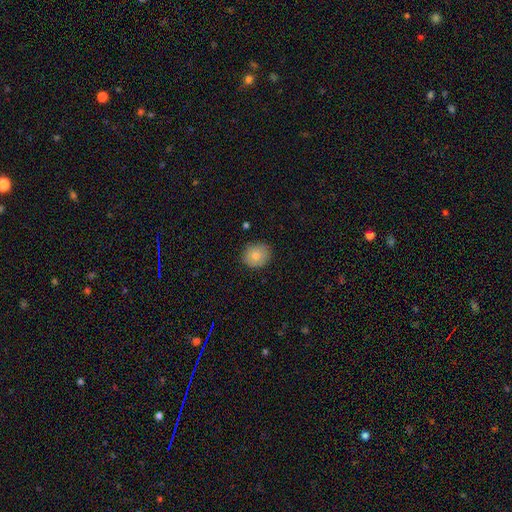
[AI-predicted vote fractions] Q: Smooth or featured?
A: smooth (80%); runner-up: featured or disk (12%)
Q: How rounded?
A: round (71%); runner-up: in between (28%)
Q: Merging?
A: none (86%); runner-up: minor disturbance (11%)